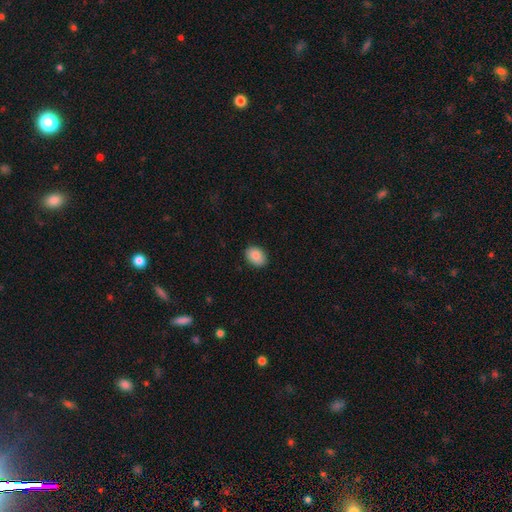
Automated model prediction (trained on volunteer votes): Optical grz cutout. It shows a smooth galaxy with no disk features (87%) that is in between round and cigar-shaped (75%). Merging: none (88%).